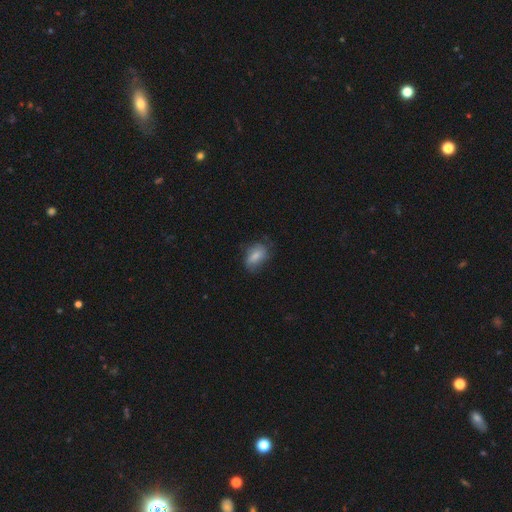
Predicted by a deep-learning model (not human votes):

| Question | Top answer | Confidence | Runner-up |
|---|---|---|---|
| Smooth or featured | smooth | 73% | featured or disk (19%) |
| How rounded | in between | 85% | round (12%) |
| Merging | none | 61% | minor disturbance (28%) |